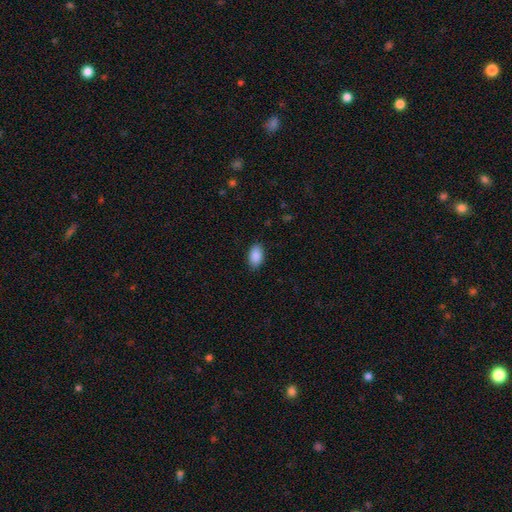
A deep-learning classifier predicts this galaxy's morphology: Smooth or featured? smooth (90%)
How rounded? in between (92%)
Merging? none (86%)